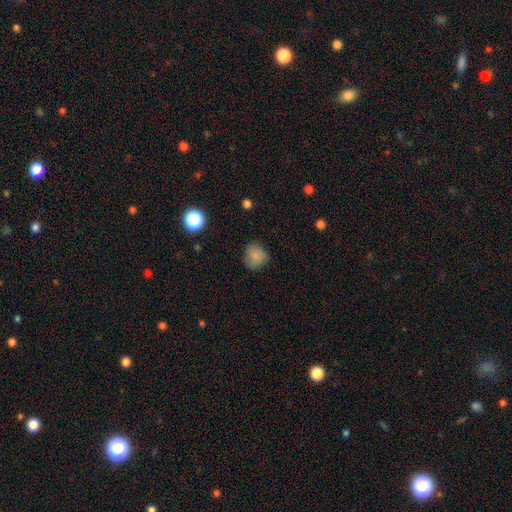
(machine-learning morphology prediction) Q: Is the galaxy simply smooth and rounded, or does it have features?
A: smooth — 83%.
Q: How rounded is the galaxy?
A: round — 81%.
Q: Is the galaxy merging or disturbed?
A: none — 76%.